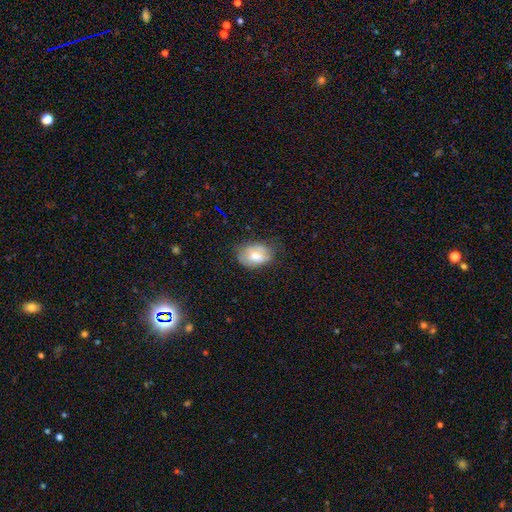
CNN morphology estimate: smooth_or_featured: smooth (p=0.69) [alt: featured or disk p=0.22]
how_rounded: in between (p=0.81) [alt: round p=0.18]
merging: none (p=0.57) [alt: minor disturbance p=0.32]